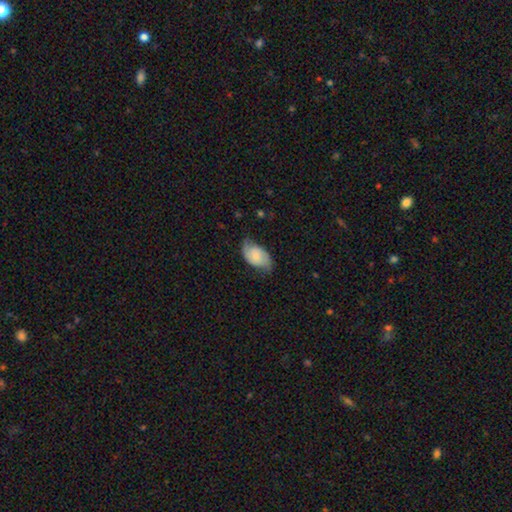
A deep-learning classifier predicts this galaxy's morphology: A featured or disk galaxy (53%) with no bar (70%), spiral arms (87%) and a small central bulge (53%).

Vote fractions:
- Smooth or featured? featured or disk: 53% / smooth: 40% / star or artifact: 7%
- Edge-on disk? no: 96% / yes: 4%
- Bar? no: 70% / weak: 25% / strong: 5%
- Spiral arms? yes: 87% / no: 13%
- Bulge size? small: 53% / moderate: 31% / none: 9% / large: 4% / dominant: 2%
- Merging? none: 62% / minor disturbance: 27% / major disturbance: 9% / merger: 1%